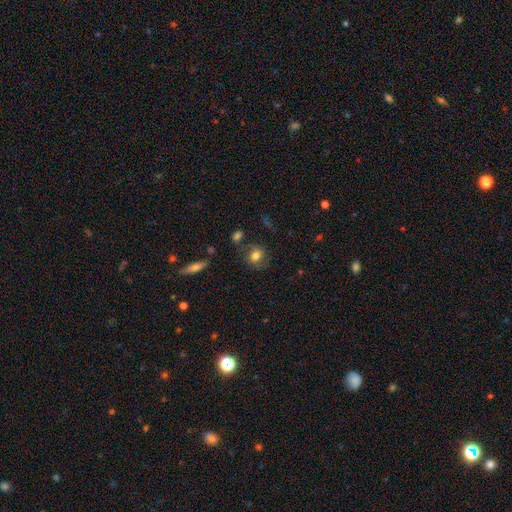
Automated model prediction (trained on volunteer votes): smooth-or-featured: smooth: 71% | featured or disk: 19% | star or artifact: 10%
  how-rounded: round: 65% | in between: 33% | cigar-shaped: 2%
  merging: none: 72% | minor disturbance: 16% | major disturbance: 7% | merger: 5%